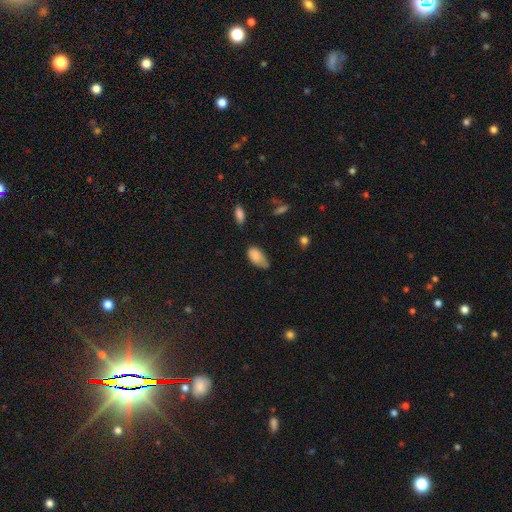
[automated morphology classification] A smooth galaxy with no disk features (83%) that is in between round and cigar-shaped (93%). Merging: minor disturbance (45%).